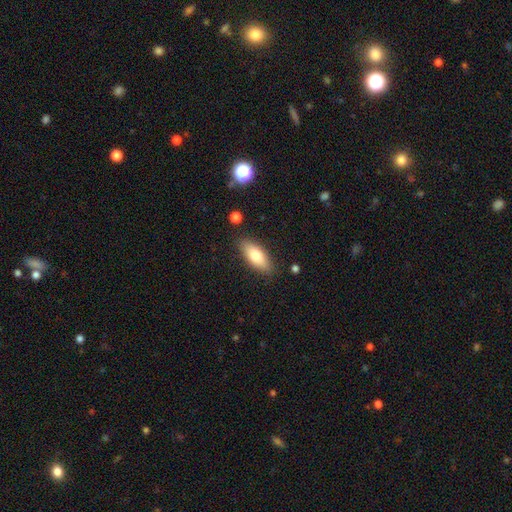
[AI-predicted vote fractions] Q: Smooth or featured?
A: smooth (77%); runner-up: featured or disk (17%)
Q: How rounded?
A: in between (77%); runner-up: cigar-shaped (21%)
Q: Merging?
A: none (85%); runner-up: minor disturbance (11%)